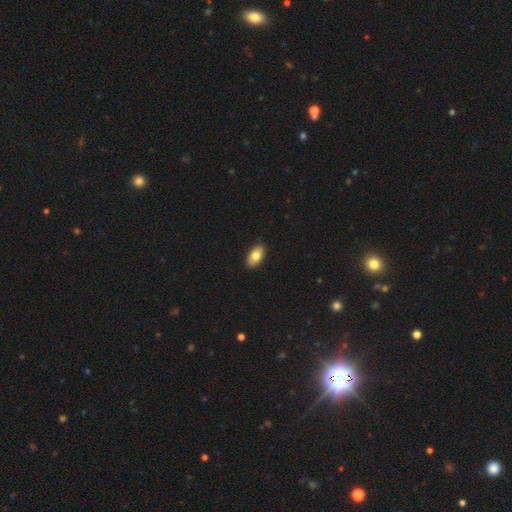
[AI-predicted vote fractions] smooth 79%, featured or disk 14%, star or artifact 7%. Down the decision tree: how rounded — in between (93%); merging — none (89%).